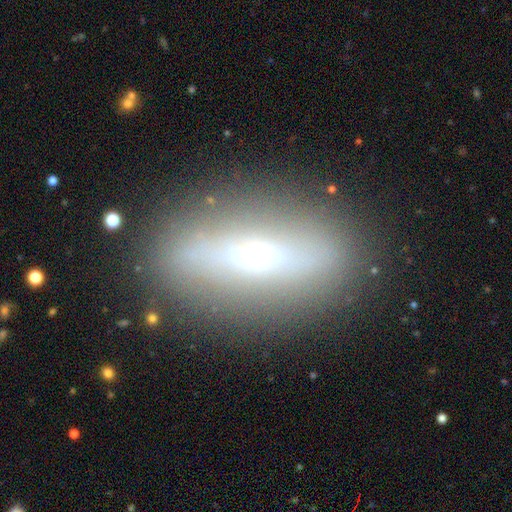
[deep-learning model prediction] A featured or disk galaxy (49%). Merging: none (84%).